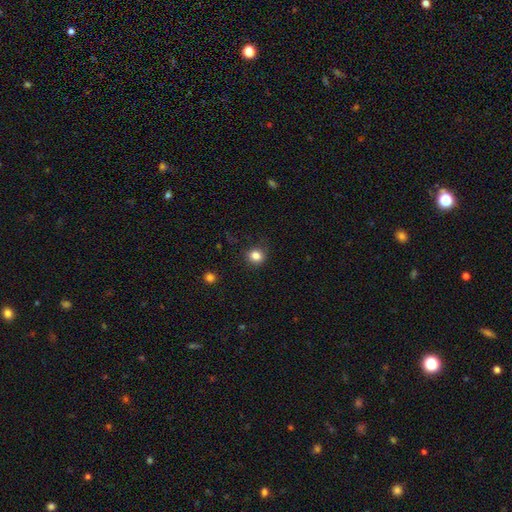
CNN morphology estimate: This appears to be a smooth galaxy with no disk features (84%) that is round (84%). Merging: none (86%).